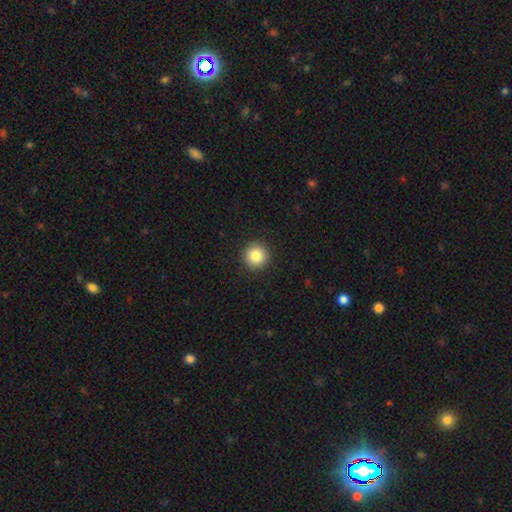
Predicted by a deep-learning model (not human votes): A smooth galaxy with no disk features (84%) that is round (95%).

Vote fractions:
- Smooth or featured? smooth: 84% / star or artifact: 10% / featured or disk: 6%
- How rounded? round: 95% / in between: 4% / cigar-shaped: 1%
- Merging? none: 92% / minor disturbance: 5% / major disturbance: 2% / merger: 1%